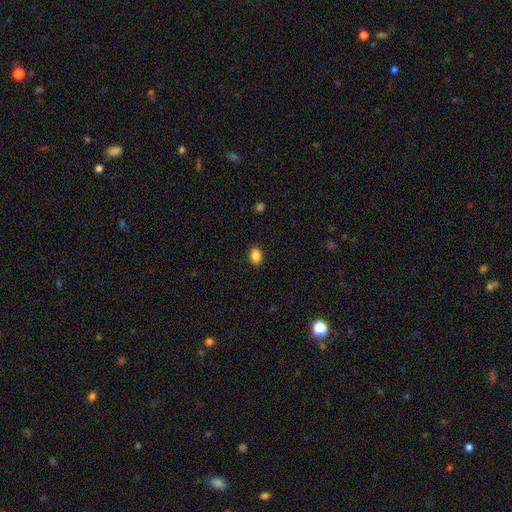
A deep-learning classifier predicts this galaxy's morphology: A smooth galaxy with no disk features (87%) that is in between round and cigar-shaped (74%). Merging: none (90%).